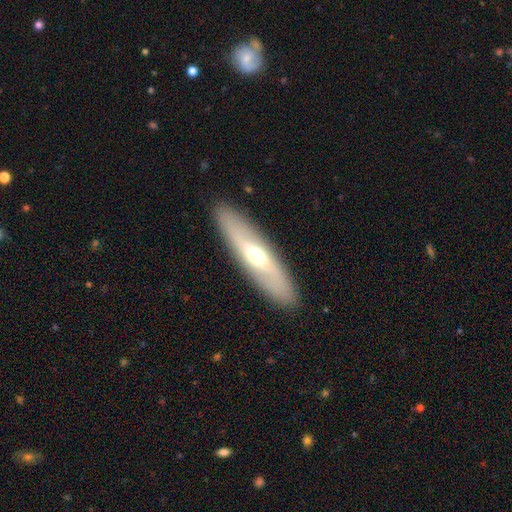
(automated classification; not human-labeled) The model was most divided on "smooth or featured": featured or disk: 51%, smooth: 44%, star or artifact: 6%. More confident: merging — none (89%); edge-on disk — no (55%).